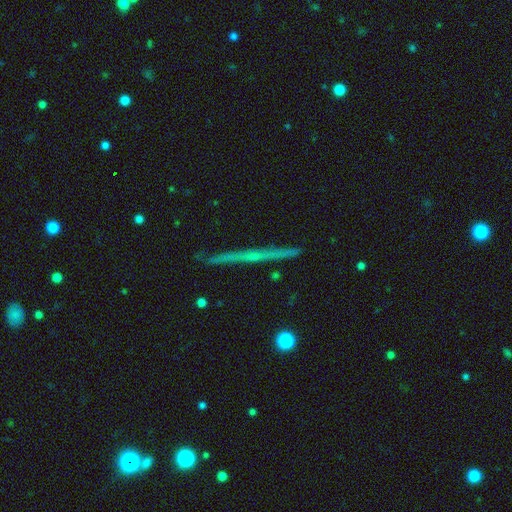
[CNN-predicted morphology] Smooth or featured?
  - featured or disk: 68% *
  - smooth: 24%
  - star or artifact: 8%
Edge-on disk?
  - yes: 98% *
  - no: 2%
Edge-on bulge?
  - none: 74% *
  - rounded: 21%
  - boxy: 5%
Merging?
  - none: 92% *
  - minor disturbance: 6%
  - major disturbance: 1%
  - merger: 1%